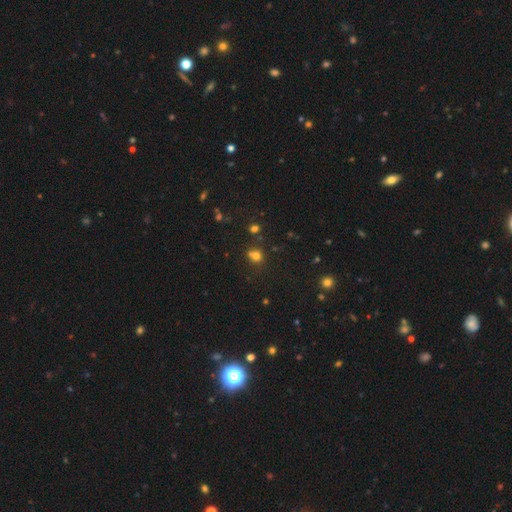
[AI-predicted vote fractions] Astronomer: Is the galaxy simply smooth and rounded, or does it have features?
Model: smooth — 69%.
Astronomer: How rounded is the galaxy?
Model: round — 81%.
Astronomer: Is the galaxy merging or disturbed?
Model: none — 58%.